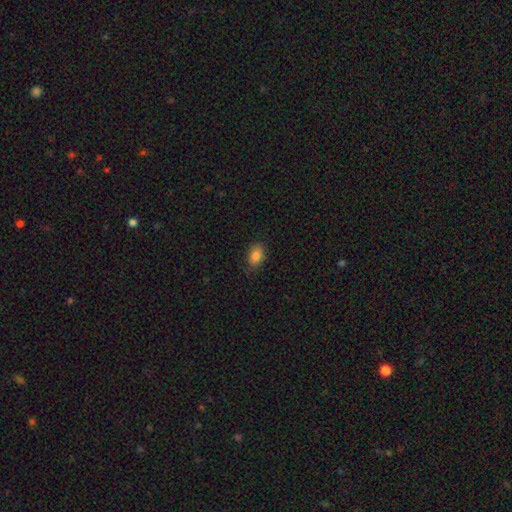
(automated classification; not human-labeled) A smooth galaxy with no disk features (85%) that is in between round and cigar-shaped (84%). Merging: none (81%).